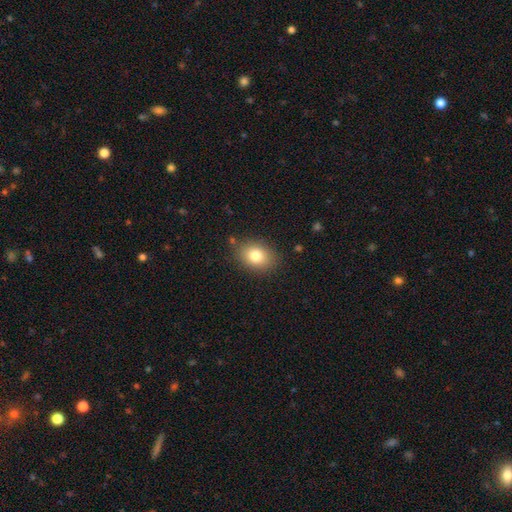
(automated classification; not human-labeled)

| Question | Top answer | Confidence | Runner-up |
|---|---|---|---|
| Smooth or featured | smooth | 81% | featured or disk (10%) |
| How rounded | in between | 68% | round (31%) |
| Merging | none | 84% | minor disturbance (11%) |